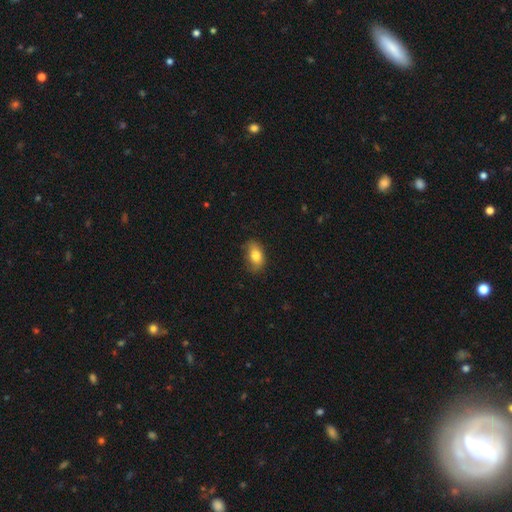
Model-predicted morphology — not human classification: The model was most divided on "merging": none: 68%, minor disturbance: 25%, major disturbance: 6%, merger: 1%. More confident: how rounded — in between (87%); smooth or featured — smooth (80%).